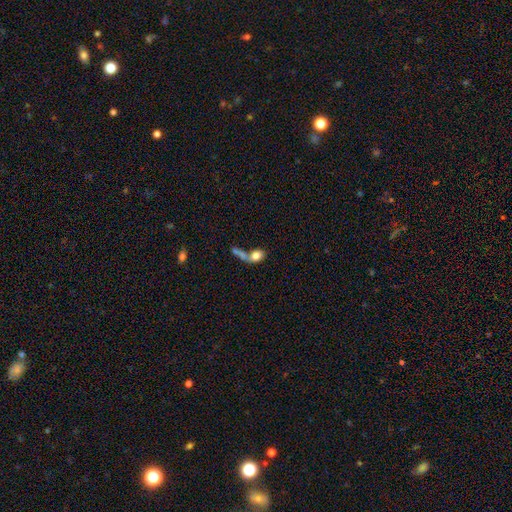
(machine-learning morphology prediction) The model was most divided on "merging": merger: 56%, none: 20%, major disturbance: 15%, minor disturbance: 9%. More confident: smooth or featured — smooth (73%); how rounded — in between (69%).